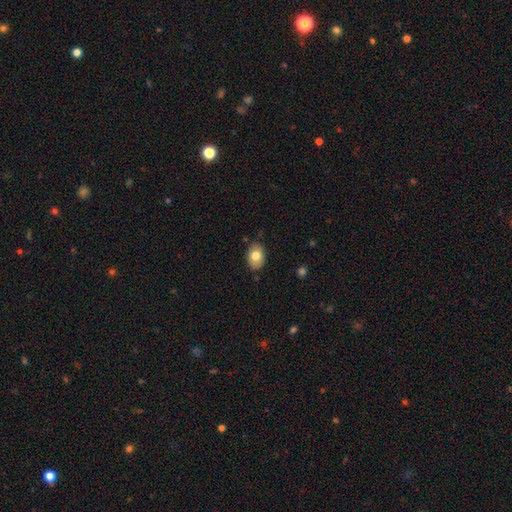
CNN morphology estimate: Smooth or featured?
  - smooth: 77% *
  - featured or disk: 15%
  - star or artifact: 8%
How rounded?
  - in between: 79% *
  - round: 20%
  - cigar-shaped: 1%
Merging?
  - none: 83% *
  - minor disturbance: 13%
  - major disturbance: 2%
  - merger: 1%